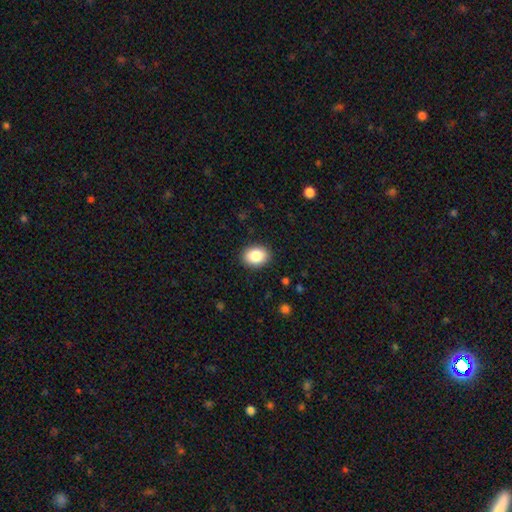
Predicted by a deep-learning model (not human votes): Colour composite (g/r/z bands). It shows a smooth galaxy with no disk features (87%) that is in between round and cigar-shaped (70%). Merging: none (90%).